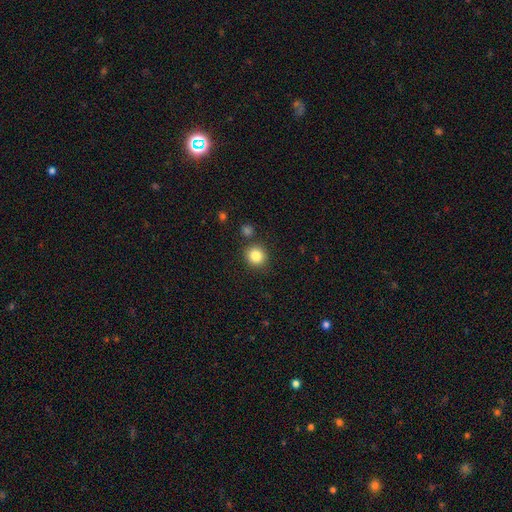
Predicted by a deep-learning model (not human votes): smooth 84%, star or artifact 10%, featured or disk 5%. Down the decision tree: how rounded — round (89%); merging — none (85%).